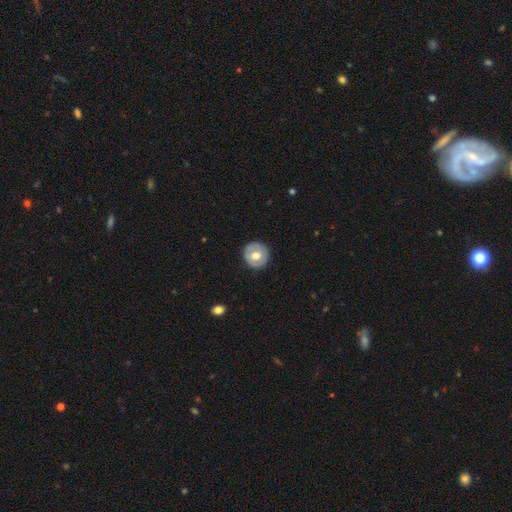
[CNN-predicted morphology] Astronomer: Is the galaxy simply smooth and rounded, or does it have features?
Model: smooth — 59% (runner-up: featured or disk, 35%).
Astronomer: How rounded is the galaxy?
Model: round — 92%.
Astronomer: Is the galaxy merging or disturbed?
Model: none — 89%.